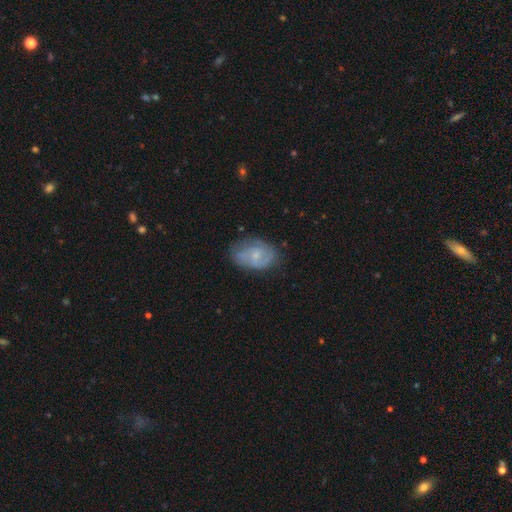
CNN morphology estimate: smooth-or-featured: featured or disk: 61% | smooth: 32% | star or artifact: 7%
  disk-edge-on: no: 97% | yes: 3%
    bar: no: 58% | weak: 37% | strong: 5%
    has-spiral-arms: yes: 80% | no: 20%
    bulge-size: small: 68% | moderate: 23% | none: 8% | large: 1% | dominant: 1%
  merging: none: 64% | minor disturbance: 25% | major disturbance: 9% | merger: 2%